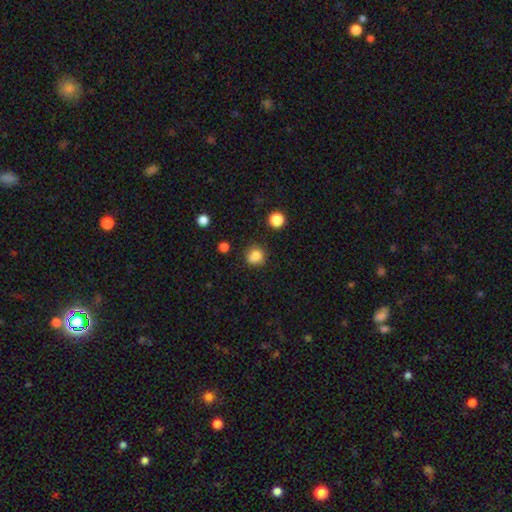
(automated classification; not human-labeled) smooth 83%, star or artifact 12%, featured or disk 6%. Down the decision tree: how rounded — round (85%); merging — none (77%).